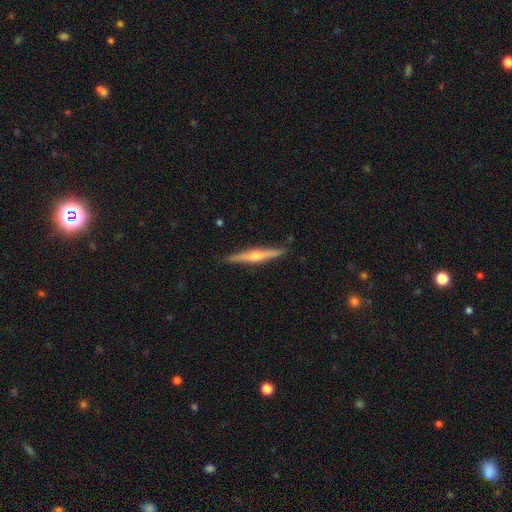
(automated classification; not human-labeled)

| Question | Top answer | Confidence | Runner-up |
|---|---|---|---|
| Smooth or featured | featured or disk | 73% | smooth (21%) |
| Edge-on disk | yes | 98% | no (2%) |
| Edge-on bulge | rounded | 88% | none (7%) |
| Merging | none | 89% | minor disturbance (8%) |